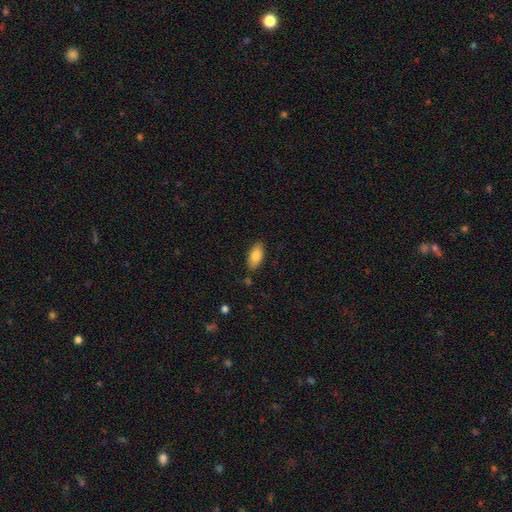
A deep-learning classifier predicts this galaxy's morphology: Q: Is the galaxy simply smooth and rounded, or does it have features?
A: smooth — 82%.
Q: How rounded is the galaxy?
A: in between — 88%.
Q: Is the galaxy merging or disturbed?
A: none — 85%.